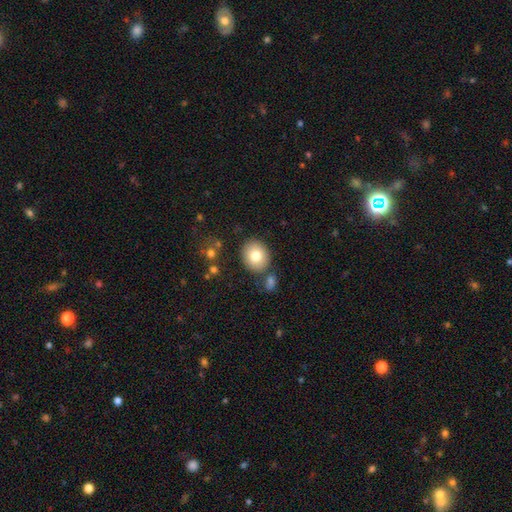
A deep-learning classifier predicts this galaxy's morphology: This appears to be a smooth galaxy with no disk features (79%) that is round (68%). Merging: none (80%).